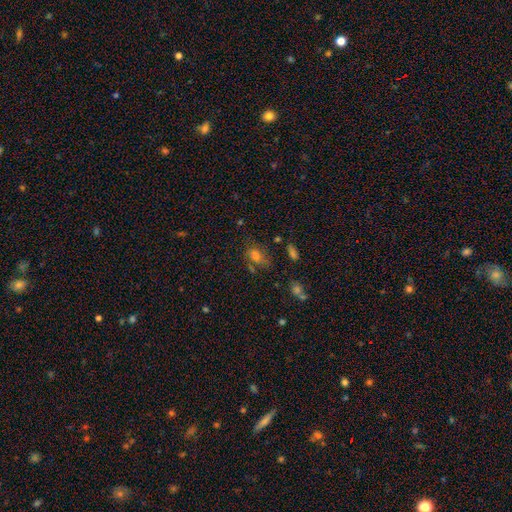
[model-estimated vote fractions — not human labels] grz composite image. It shows a smooth galaxy with no disk features (59%) that is in between round and cigar-shaped (73%). Merging: none (60%).